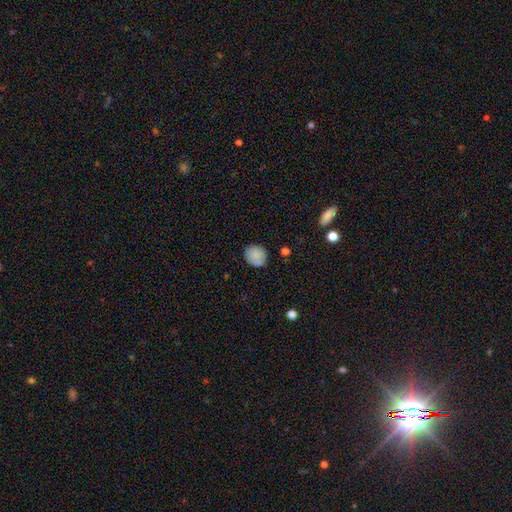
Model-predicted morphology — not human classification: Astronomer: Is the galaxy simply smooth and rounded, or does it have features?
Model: smooth — 86%.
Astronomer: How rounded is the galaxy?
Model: round — 81%.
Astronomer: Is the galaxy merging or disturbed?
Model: none — 83%.